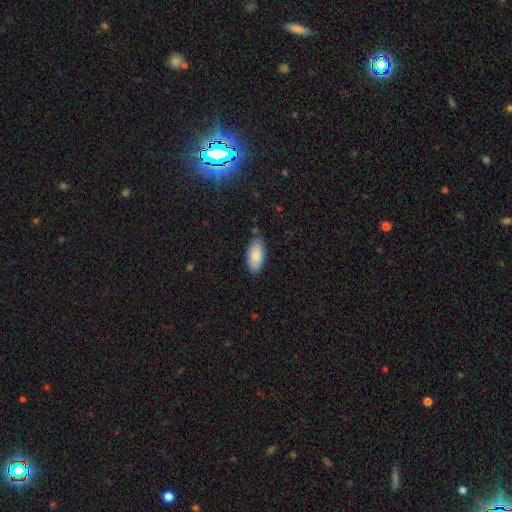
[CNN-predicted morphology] This is clearly a smooth galaxy (82%). How rounded: clearly in between (93%). Merging: clearly none (82%).